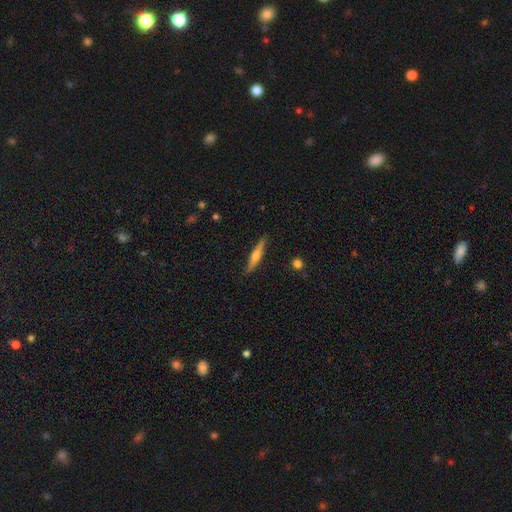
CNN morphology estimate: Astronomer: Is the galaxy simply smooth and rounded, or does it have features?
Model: featured or disk — 61%.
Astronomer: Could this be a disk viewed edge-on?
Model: yes — 97%.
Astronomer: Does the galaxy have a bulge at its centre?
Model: rounded — 87%.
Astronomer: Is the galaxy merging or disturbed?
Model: none — 89%.